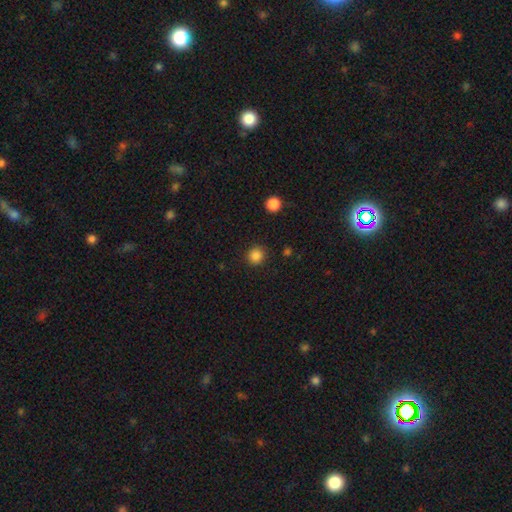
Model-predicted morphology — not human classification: This appears to be a smooth galaxy with no disk features (85%) that is round (93%). Merging: none (90%).